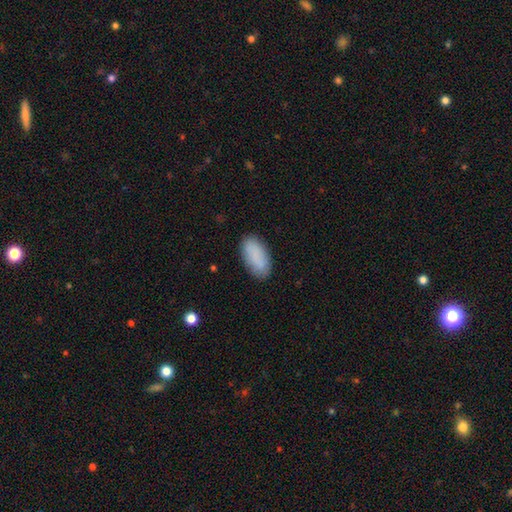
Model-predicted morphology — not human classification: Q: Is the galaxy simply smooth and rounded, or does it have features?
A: smooth — 85%.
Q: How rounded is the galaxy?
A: in between — 93%.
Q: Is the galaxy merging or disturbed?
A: none — 84%.